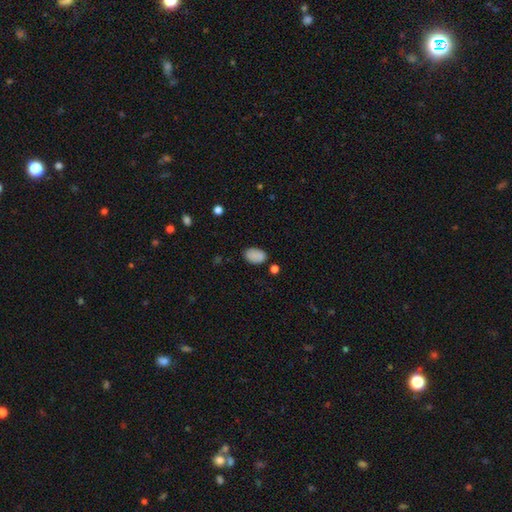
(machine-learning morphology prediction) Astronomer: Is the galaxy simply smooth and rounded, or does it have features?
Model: smooth — 87%.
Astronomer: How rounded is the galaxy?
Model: in between — 90%.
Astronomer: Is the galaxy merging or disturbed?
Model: none — 82%.